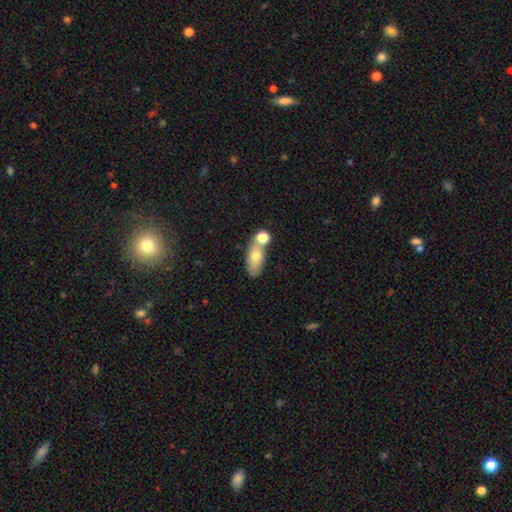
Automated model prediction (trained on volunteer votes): Q: Smooth or featured?
A: smooth (69%); runner-up: featured or disk (22%)
Q: How rounded?
A: in between (78%); runner-up: cigar-shaped (14%)
Q: Merging?
A: none (48%); runner-up: merger (33%)